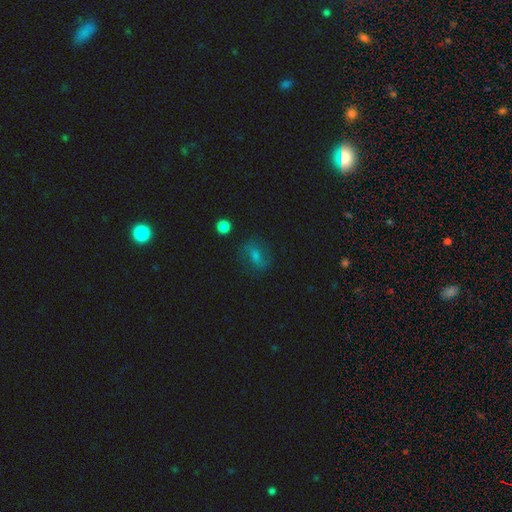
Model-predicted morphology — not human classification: The model was most divided on "smooth or featured": smooth: 46%, featured or disk: 30%, star or artifact: 24%. More confident: merging — none (74%).